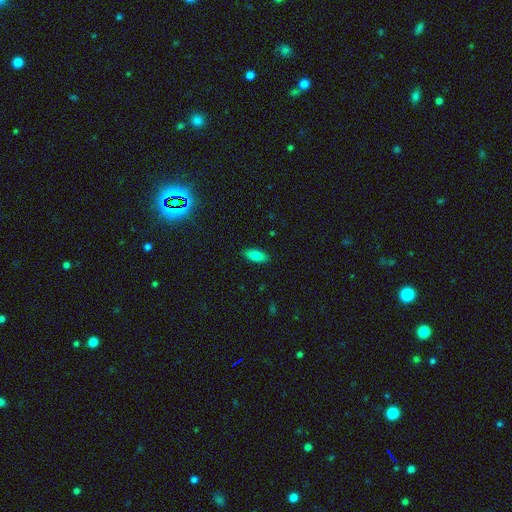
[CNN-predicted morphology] Smooth or featured?
  - smooth: 82% *
  - featured or disk: 10%
  - star or artifact: 9%
How rounded?
  - in between: 80% *
  - cigar-shaped: 17%
  - round: 2%
Merging?
  - none: 89% *
  - minor disturbance: 8%
  - major disturbance: 2%
  - merger: 1%